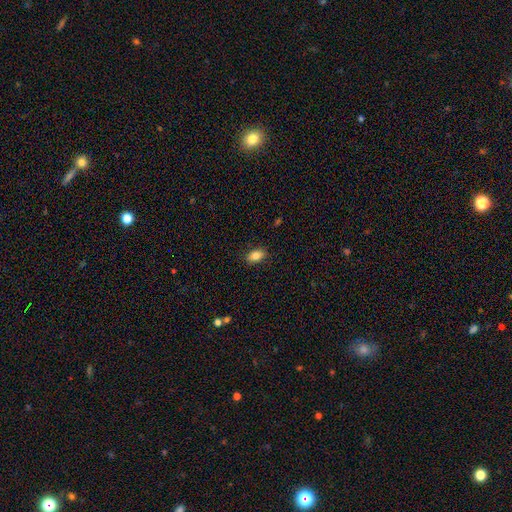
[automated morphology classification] smooth-or-featured: smooth: 83% | featured or disk: 9% | star or artifact: 8%
  how-rounded: in between: 87% | round: 9% | cigar-shaped: 3%
  merging: none: 88% | minor disturbance: 9% | major disturbance: 2% | merger: 1%